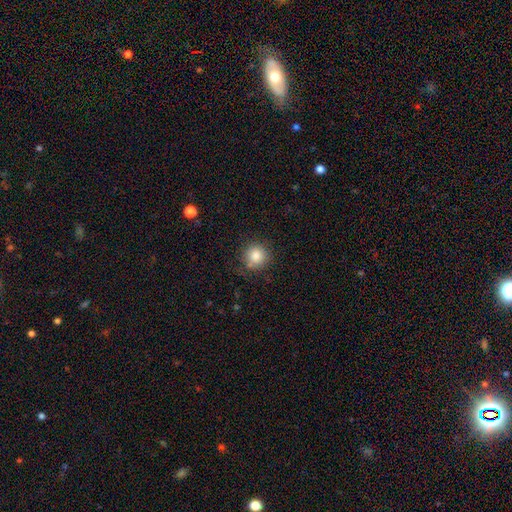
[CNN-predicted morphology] Smooth or featured: smooth — 84% (star or artifact — 10%)
How rounded: round — 92% (in between — 7%)
Merging: none — 80% (minor disturbance — 13%)